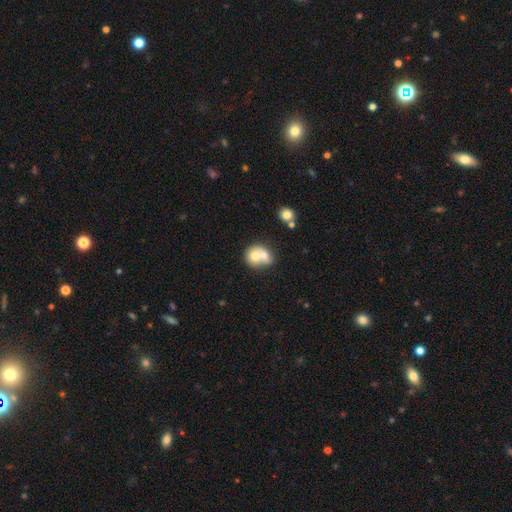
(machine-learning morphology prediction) The model was most divided on "how rounded": round: 69%, in between: 30%, cigar-shaped: 1%. More confident: merging — merger (68%); smooth or featured — smooth (67%).